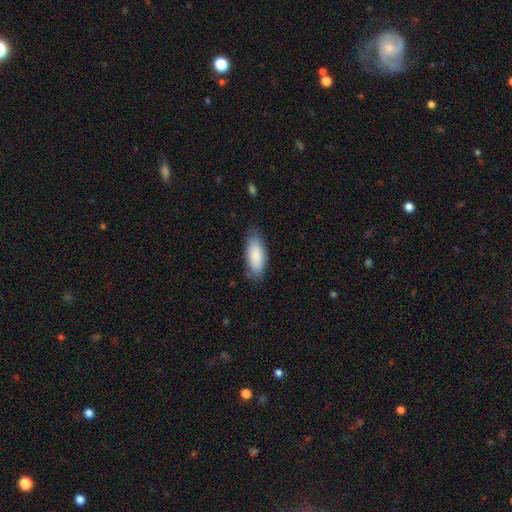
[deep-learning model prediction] Smooth or featured? smooth (87%)
How rounded? in between (80%)
Merging? none (78%)